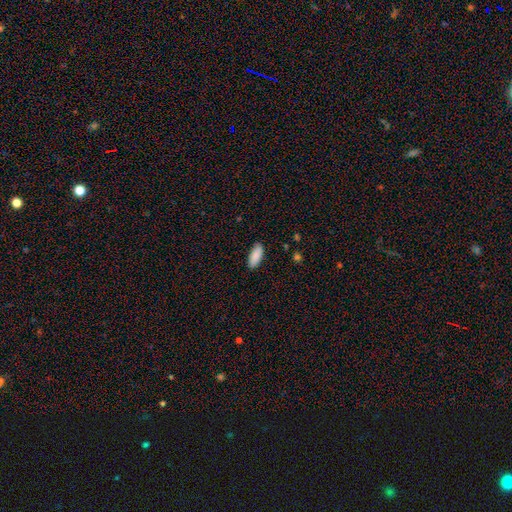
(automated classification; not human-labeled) This appears to be a smooth galaxy with no disk features (89%) that is in between round and cigar-shaped (85%). Merging: none (88%).